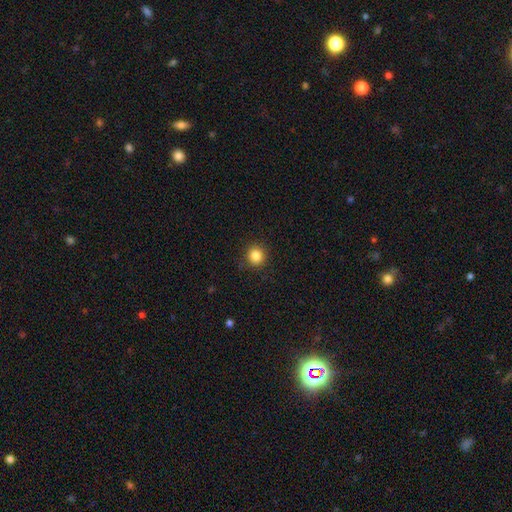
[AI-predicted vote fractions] smooth-or-featured: smooth: 85% | star or artifact: 11% | featured or disk: 4%
  how-rounded: round: 92% | in between: 7% | cigar-shaped: 1%
  merging: none: 90% | minor disturbance: 7% | major disturbance: 2% | merger: 1%